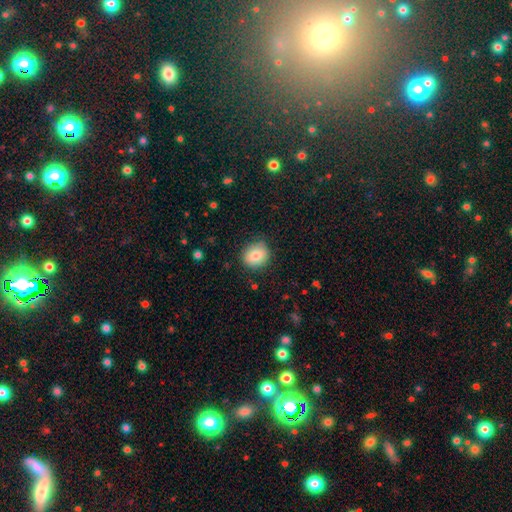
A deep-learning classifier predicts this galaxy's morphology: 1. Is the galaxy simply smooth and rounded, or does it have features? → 82% smooth, 10% featured or disk, 9% star or artifact.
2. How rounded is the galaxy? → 71% round, 28% in between, 1% cigar-shaped.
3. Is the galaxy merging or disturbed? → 81% none, 15% minor disturbance, 3% major disturbance, 1% merger.